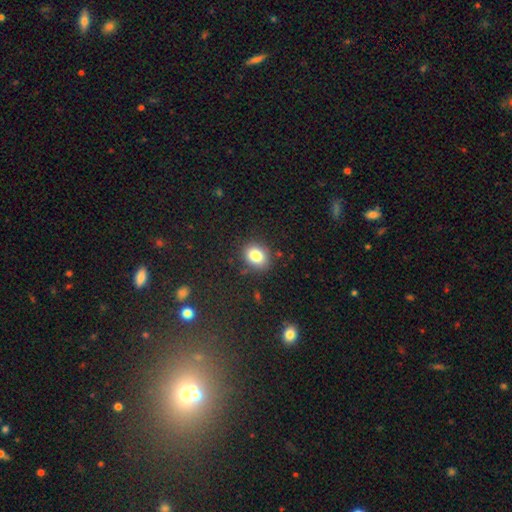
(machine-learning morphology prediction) Smooth or featured: smooth — 82% (star or artifact — 11%)
How rounded: round — 50% (in between — 49%)
Merging: none — 84% (minor disturbance — 11%)